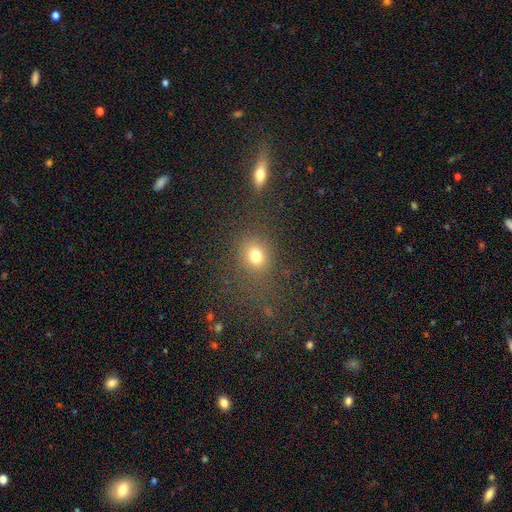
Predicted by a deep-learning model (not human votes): Smooth or featured? smooth (74%)
How rounded? round (61%)
Merging? none (72%)